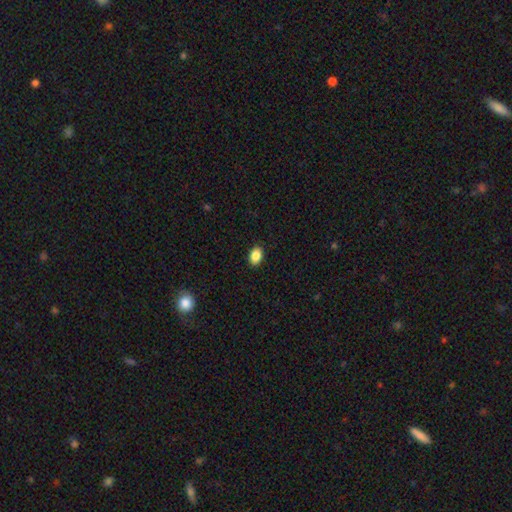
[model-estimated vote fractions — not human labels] Overall: smooth (88%). How rounded: in between (83%). Merging: none (90%).